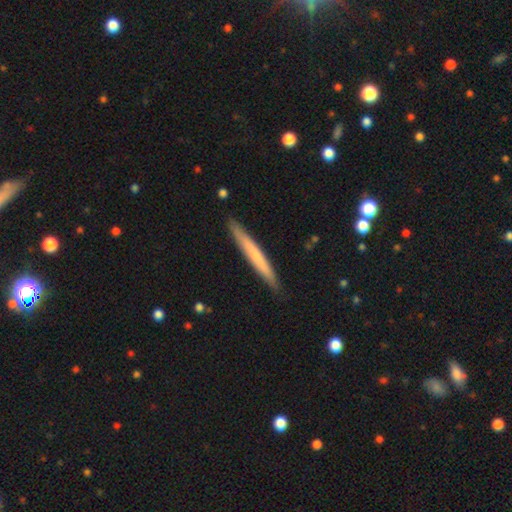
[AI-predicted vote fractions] The model was most divided on "smooth or featured": smooth: 59%, featured or disk: 36%, star or artifact: 5%. More confident: how rounded — cigar-shaped (97%); merging — none (90%).